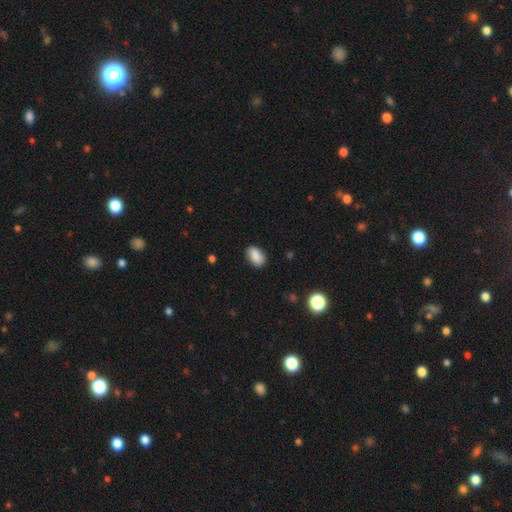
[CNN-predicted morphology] Q: Smooth or featured?
A: smooth (85%); runner-up: star or artifact (8%)
Q: How rounded?
A: in between (88%); runner-up: round (10%)
Q: Merging?
A: none (81%); runner-up: minor disturbance (15%)